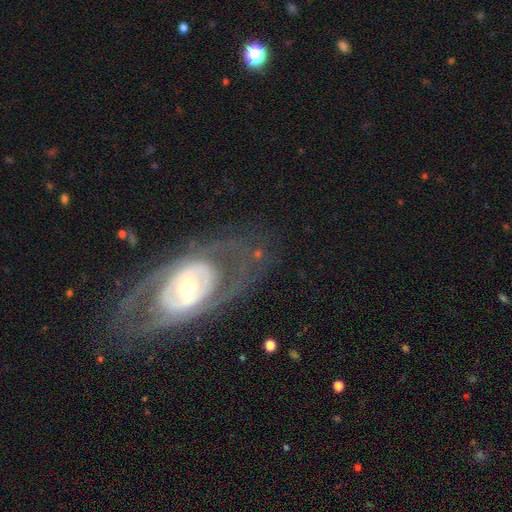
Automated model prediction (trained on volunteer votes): This is likely a featured or disk galaxy (77%). It is clearly not viewed edge-on (92%). Bar: possibly no (59%). Spiral arm pattern: possibly yes (56%). Central bulge: possibly small (50%). Merging: likely none (71%).